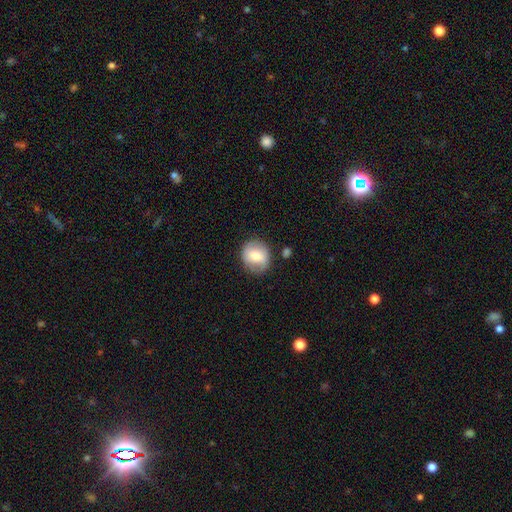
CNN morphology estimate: A smooth galaxy with no disk features (64%) that is round (81%). Merging: none (79%).